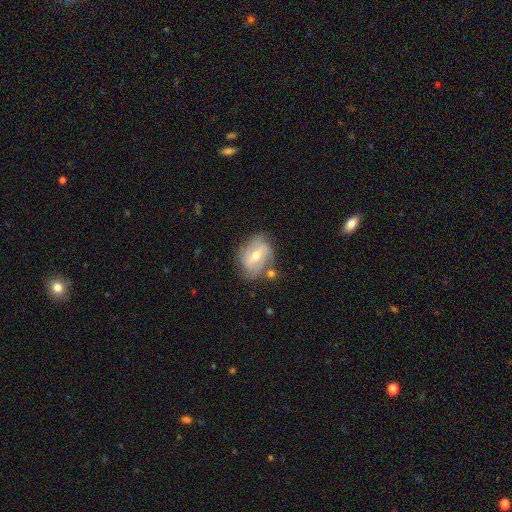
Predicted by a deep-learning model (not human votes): Morphology: type=featured or disk (70%); edge-on=no (96%); bar=weak (48%); spiral arms=yes (84%); winding=medium (41%); arm count=2 (47%); bulge=moderate (67%); merging=none (65%).